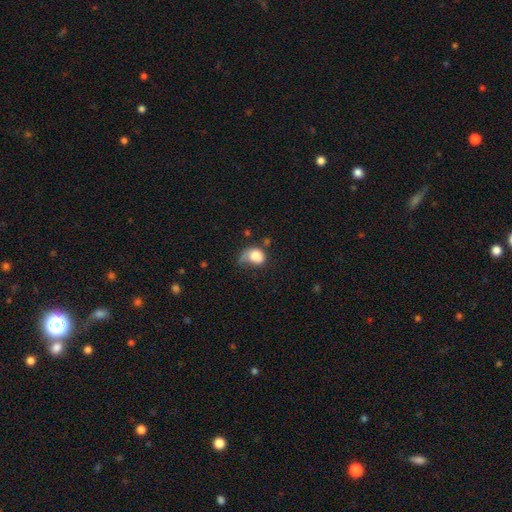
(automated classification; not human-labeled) Smooth or featured? Predicted: smooth (p=0.76). How rounded? Predicted: in between (p=0.51). Merging? Predicted: major disturbance (p=0.38).